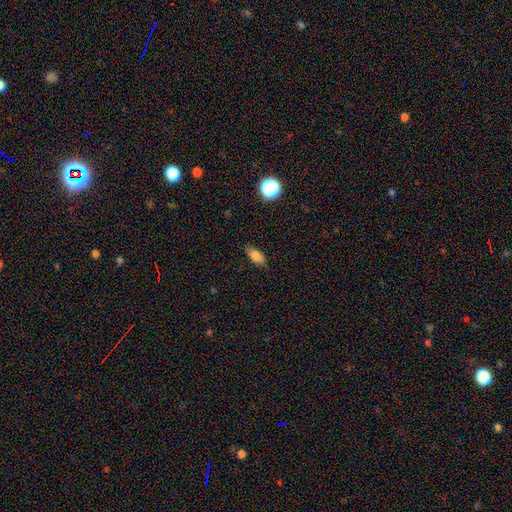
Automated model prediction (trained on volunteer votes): Smooth or featured? Predicted: smooth (p=0.79). How rounded? Predicted: in between (p=0.81). Merging? Predicted: none (p=0.80).